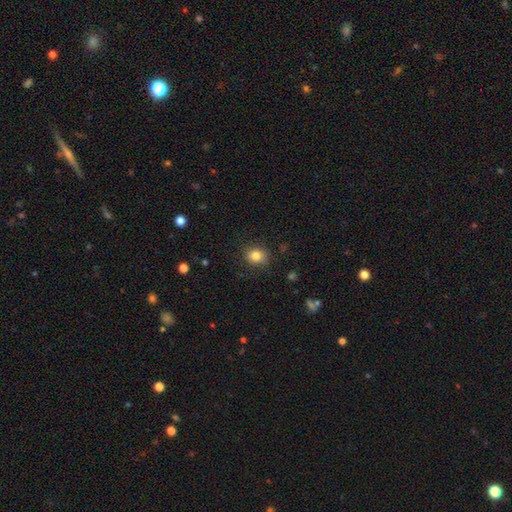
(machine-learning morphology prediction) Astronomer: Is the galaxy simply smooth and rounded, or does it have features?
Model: smooth — 84%.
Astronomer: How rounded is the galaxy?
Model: round — 68%.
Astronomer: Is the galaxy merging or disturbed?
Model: none — 84%.